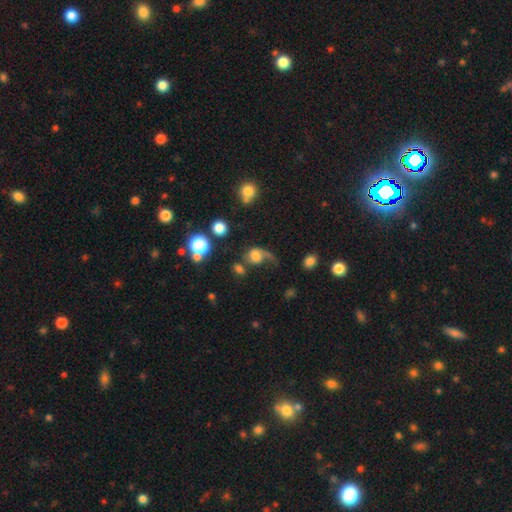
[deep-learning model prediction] A smooth galaxy with no disk features (48%). Merging: major disturbance (44%).